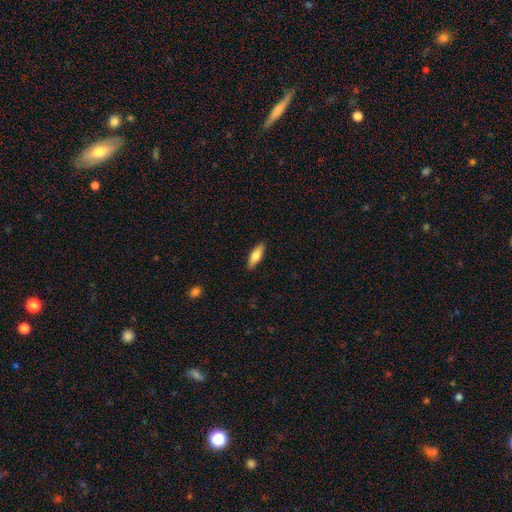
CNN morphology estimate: smooth_or_featured: smooth (p=0.77) [alt: featured or disk p=0.17]
how_rounded: in between (p=0.56) [alt: cigar-shaped p=0.42]
merging: none (p=0.88) [alt: minor disturbance p=0.09]